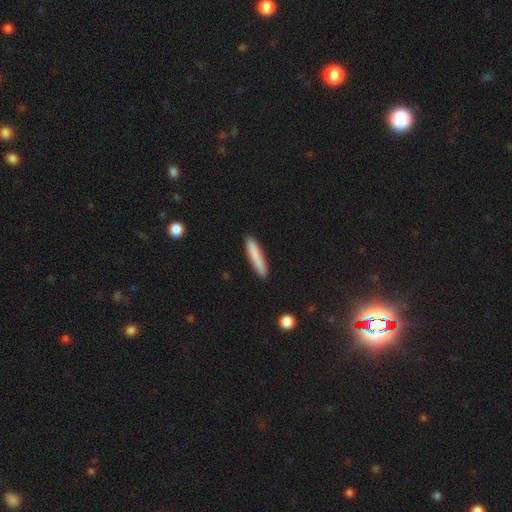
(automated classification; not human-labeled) Smooth or featured? smooth (83%)
How rounded? cigar-shaped (92%)
Merging? none (90%)